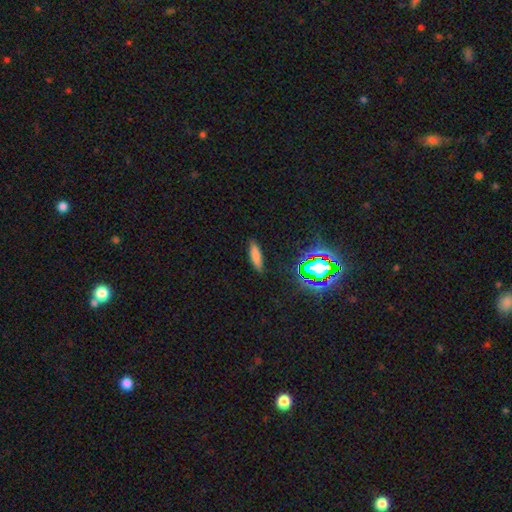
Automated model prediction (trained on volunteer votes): A smooth galaxy with no disk features (74%) that is cigar-shaped (59%). Merging: none (84%).